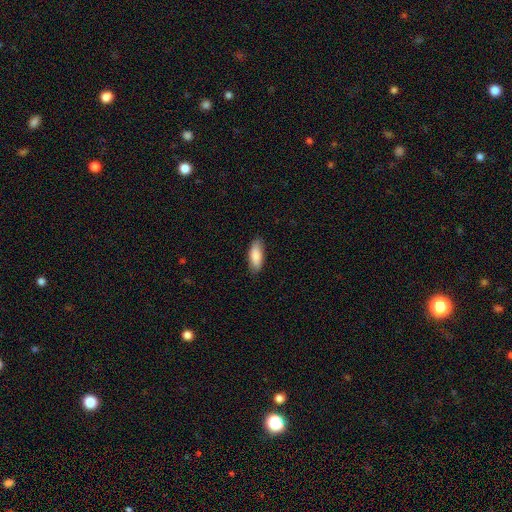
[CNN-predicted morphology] Overall: smooth (86%). How rounded: in between (74%). Merging: none (84%).